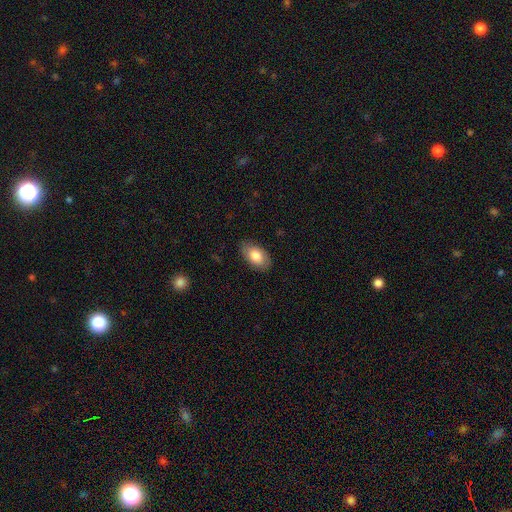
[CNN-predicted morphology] The model was most divided on "smooth or featured": smooth: 79%, featured or disk: 14%, star or artifact: 6%. More confident: how rounded — in between (94%); merging — none (84%).